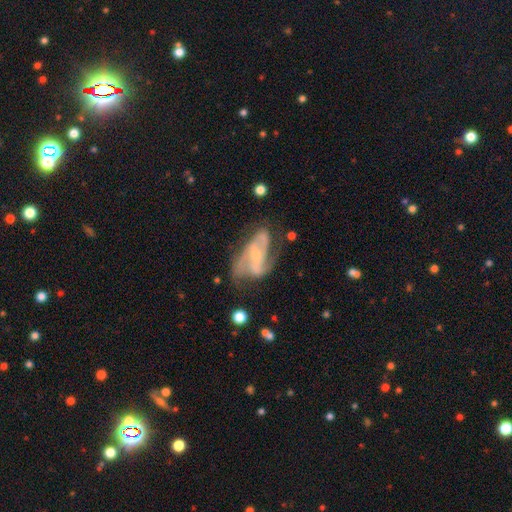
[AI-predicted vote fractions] This is clearly a featured or disk galaxy (83%). It is clearly not viewed edge-on (95%). Bar: marginally no (39%). Spiral arm pattern: clearly yes (92%). Spiral arm count: possibly 2 (54%). Spiral winding: possibly medium (48%). Central bulge: likely small (70%). Merging: possibly none (51%).